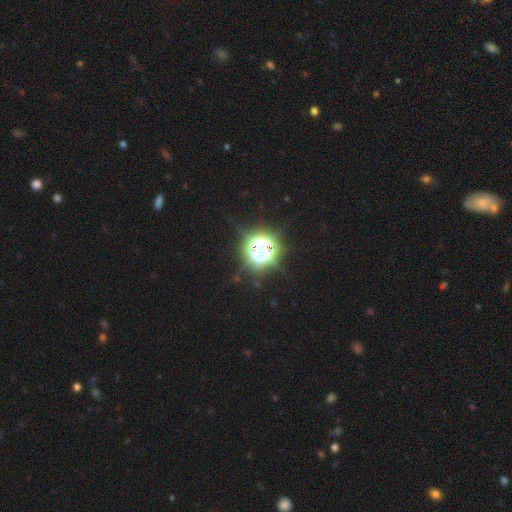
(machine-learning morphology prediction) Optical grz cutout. It shows a star or artifact, not a galaxy (82%).